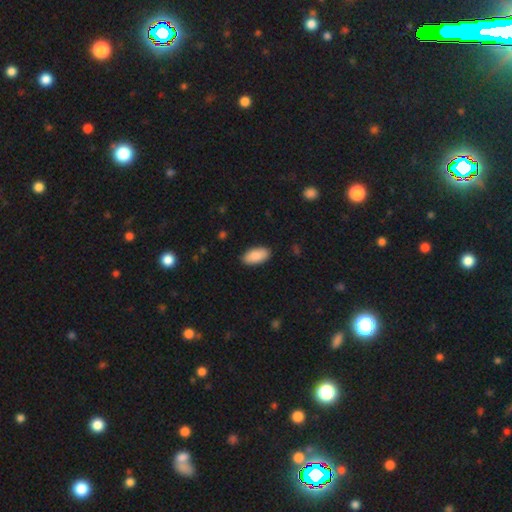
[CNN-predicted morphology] A smooth galaxy with no disk features (89%) that is in between round and cigar-shaped (94%).

Vote fractions:
- Smooth or featured? smooth: 89% / star or artifact: 6% / featured or disk: 5%
- How rounded? in between: 94% / cigar-shaped: 4% / round: 2%
- Merging? none: 88% / minor disturbance: 9% / major disturbance: 2% / merger: 1%